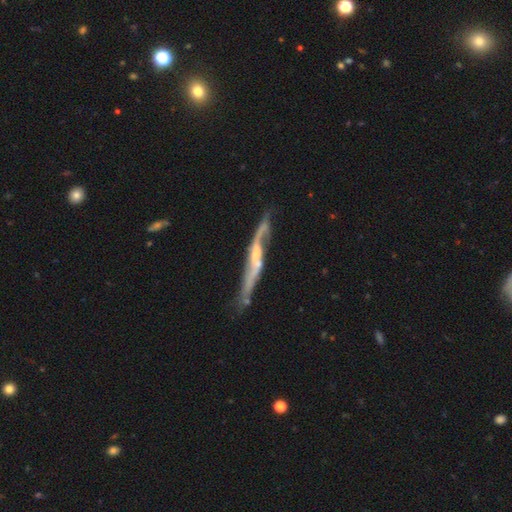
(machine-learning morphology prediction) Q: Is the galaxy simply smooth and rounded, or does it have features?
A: featured or disk — 79%.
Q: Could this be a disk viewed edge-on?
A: yes — 69%.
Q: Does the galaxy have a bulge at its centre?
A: none — 50%.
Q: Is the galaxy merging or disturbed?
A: none — 54%.